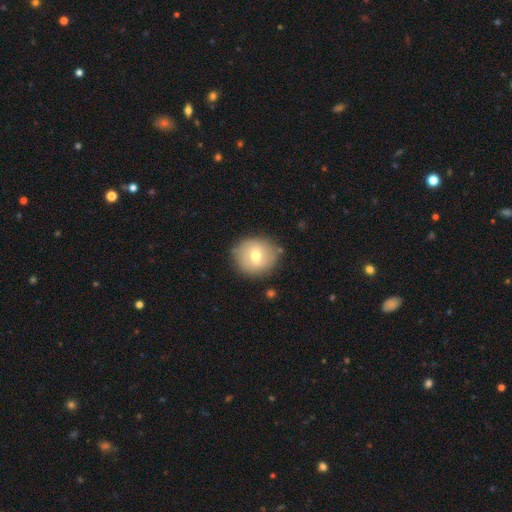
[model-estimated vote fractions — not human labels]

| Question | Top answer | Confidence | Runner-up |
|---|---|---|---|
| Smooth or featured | smooth | 62% | featured or disk (30%) |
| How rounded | round | 84% | in between (15%) |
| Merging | none | 82% | minor disturbance (12%) |